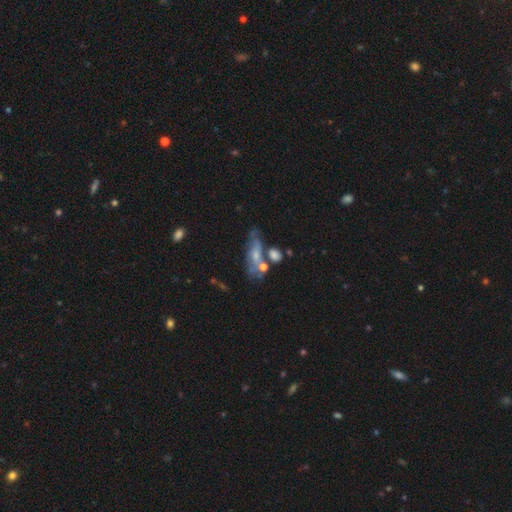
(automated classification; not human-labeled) Smooth or featured: featured or disk — 46% (smooth — 43%)
Merging: none — 33% (merger — 27%)